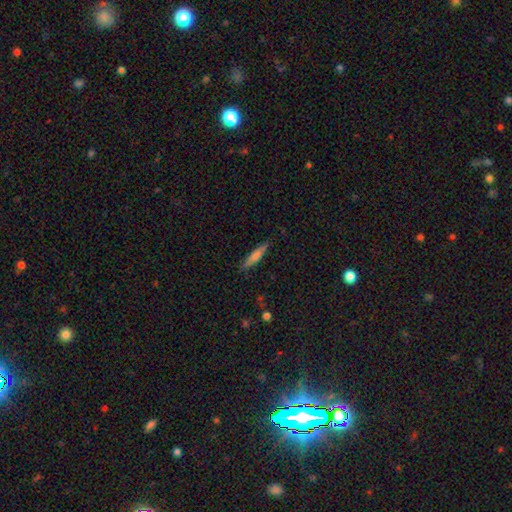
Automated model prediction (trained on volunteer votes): Smooth or featured? smooth (60%)
How rounded? cigar-shaped (89%)
Merging? none (88%)